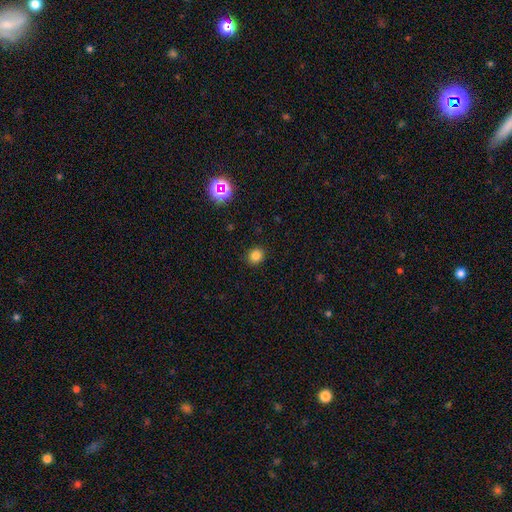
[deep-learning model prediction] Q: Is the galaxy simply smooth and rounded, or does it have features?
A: smooth — 83%.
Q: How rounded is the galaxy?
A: round — 78%.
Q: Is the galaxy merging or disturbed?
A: none — 90%.